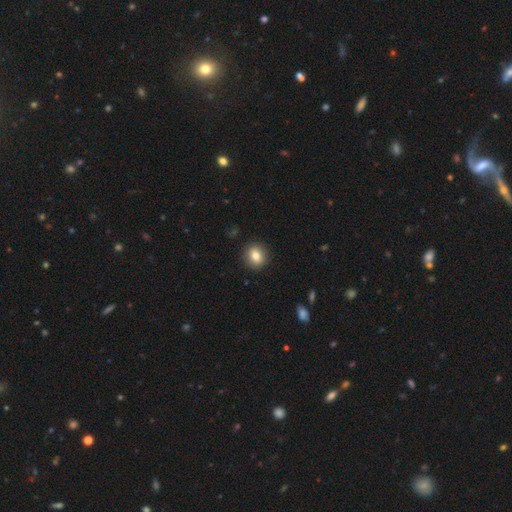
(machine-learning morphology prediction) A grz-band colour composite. It shows a smooth galaxy with no disk features (80%) that is round (79%). Merging: none (91%).